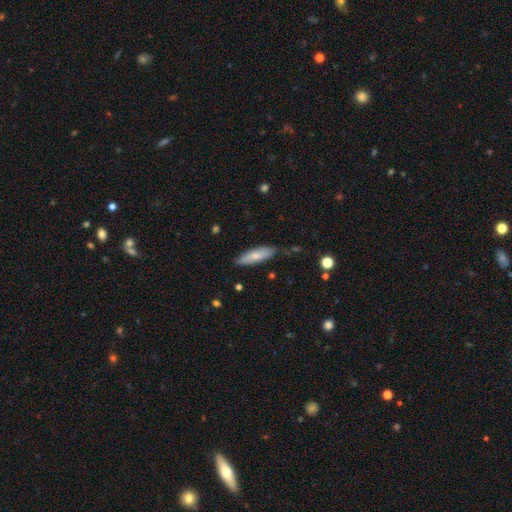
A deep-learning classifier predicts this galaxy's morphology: A smooth galaxy with no disk features (73%) that is cigar-shaped (55%).

Vote fractions:
- Smooth or featured? smooth: 73% / featured or disk: 21% / star or artifact: 6%
- How rounded? cigar-shaped: 55% / in between: 43% / round: 2%
- Merging? none: 79% / minor disturbance: 17% / major disturbance: 3% / merger: 2%